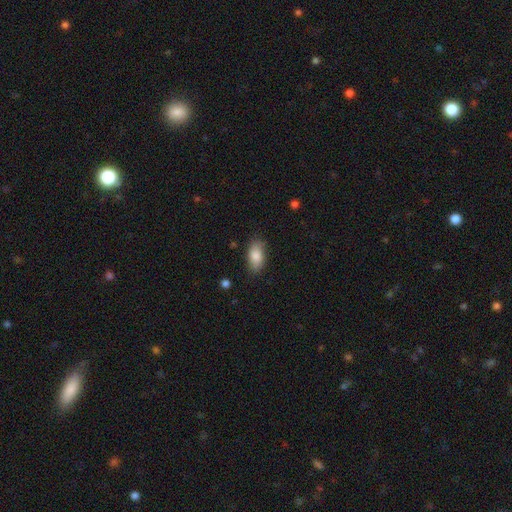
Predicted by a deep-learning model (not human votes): smooth-or-featured: smooth: 85% | featured or disk: 8% | star or artifact: 7%
  how-rounded: in between: 91% | cigar-shaped: 5% | round: 4%
  merging: none: 82% | minor disturbance: 14% | major disturbance: 3% | merger: 1%